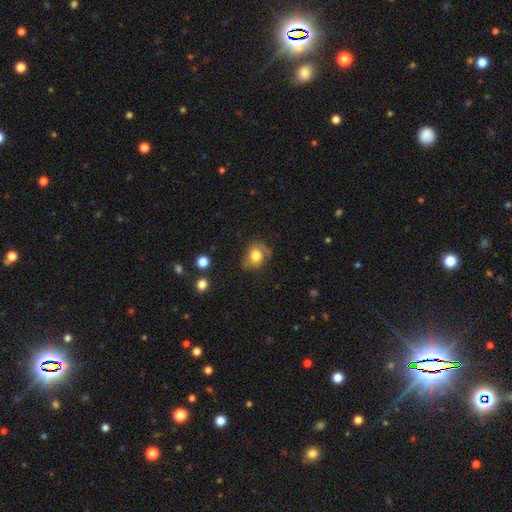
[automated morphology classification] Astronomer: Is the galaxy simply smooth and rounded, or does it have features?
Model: smooth — 70%.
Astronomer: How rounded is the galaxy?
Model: in between — 51% (runner-up: round, 48%).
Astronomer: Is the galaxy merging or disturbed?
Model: none — 60%.